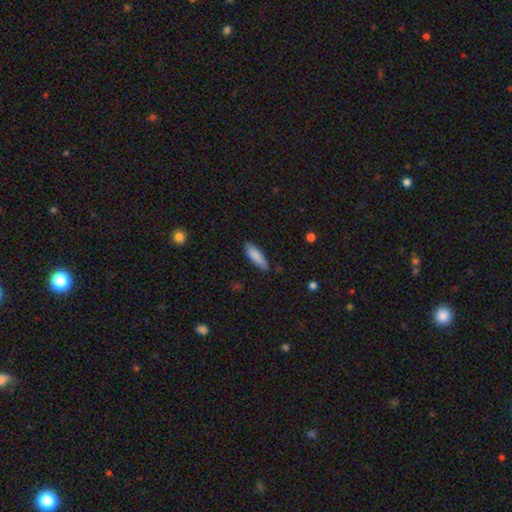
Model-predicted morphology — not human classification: smooth 86%, featured or disk 8%, star or artifact 6%. Down the decision tree: how rounded — cigar-shaped (63%); merging — none (77%).